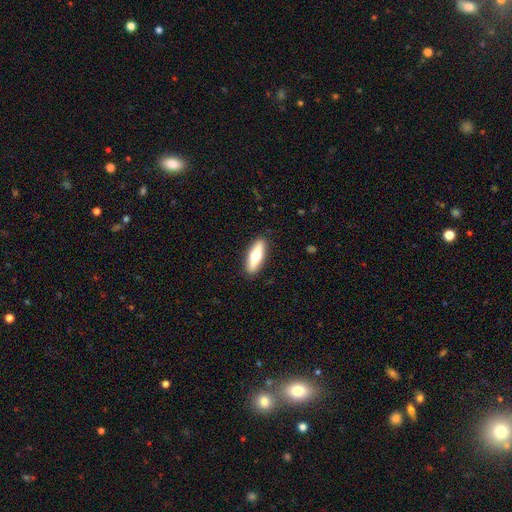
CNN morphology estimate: Smooth or featured?
  - smooth: 53% *
  - featured or disk: 42%
  - star or artifact: 6%
How rounded?
  - cigar-shaped: 53% *
  - in between: 44%
  - round: 3%
Merging?
  - none: 90% *
  - minor disturbance: 8%
  - major disturbance: 2%
  - merger: 1%